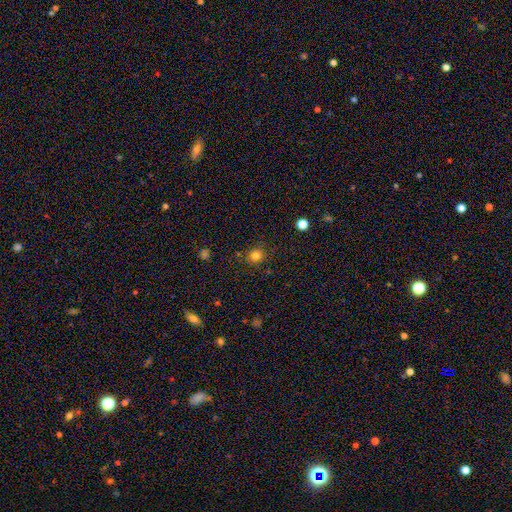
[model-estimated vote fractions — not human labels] smooth_or_featured: smooth (p=0.80) [alt: star or artifact p=0.14]
how_rounded: round (p=0.83) [alt: in between p=0.16]
merging: none (p=0.86) [alt: minor disturbance p=0.09]